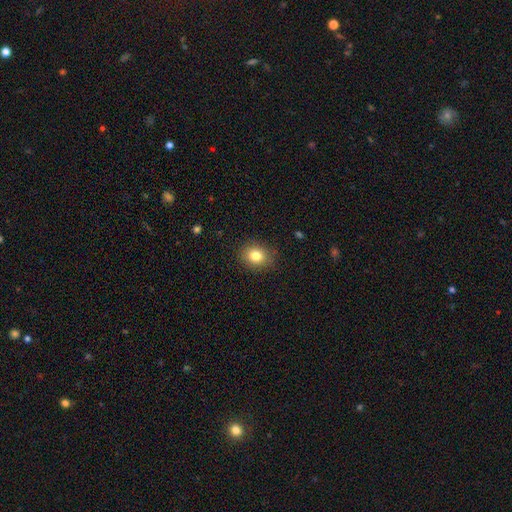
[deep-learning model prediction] Smooth or featured? smooth (81%)
How rounded? round (63%)
Merging? none (88%)